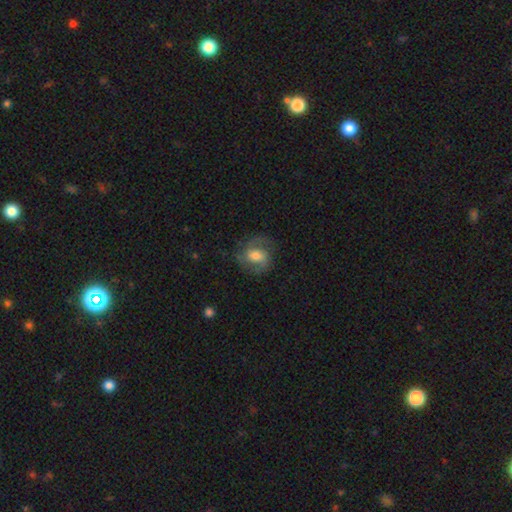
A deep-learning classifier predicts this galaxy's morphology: smooth_or_featured: featured or disk (p=0.66) [alt: smooth p=0.26]
disk_edge_on: no (p=0.97) [alt: yes p=0.03]
bar: no (p=0.44) [alt: weak p=0.42]
has_spiral_arms: yes (p=0.91) [alt: no p=0.09]
spiral_winding: medium (p=0.52) [alt: tight p=0.26]
spiral_arm_count: 2 (p=0.80) [alt: can't tell p=0.09]
bulge_size: moderate (p=0.56) [alt: small p=0.21]
merging: none (p=0.71) [alt: minor disturbance p=0.17]